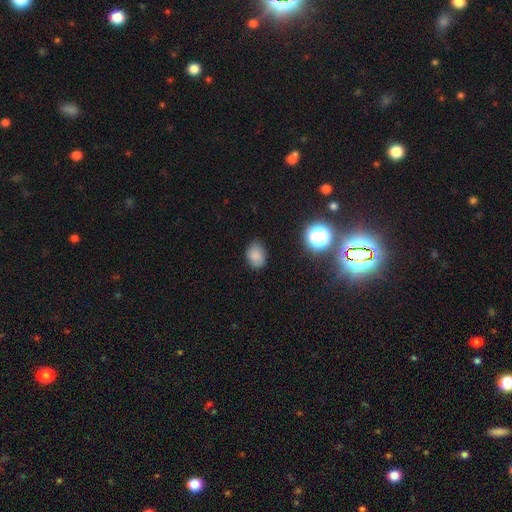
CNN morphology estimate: type=smooth (80%); roundness=in between (63%); merging=none (77%).